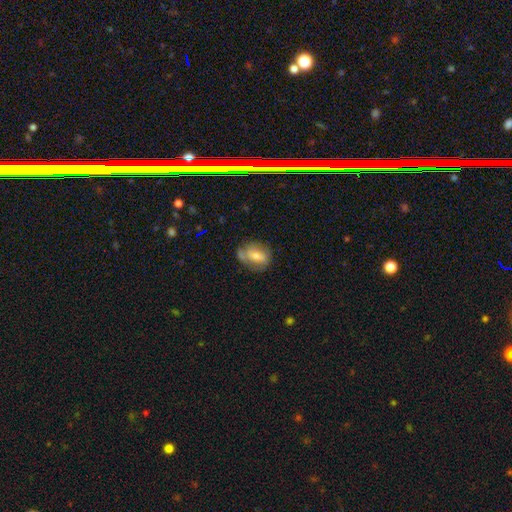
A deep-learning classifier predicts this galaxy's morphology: This appears to be a smooth galaxy with no disk features (62%) that is in between round and cigar-shaped (71%). Merging: none (53%).